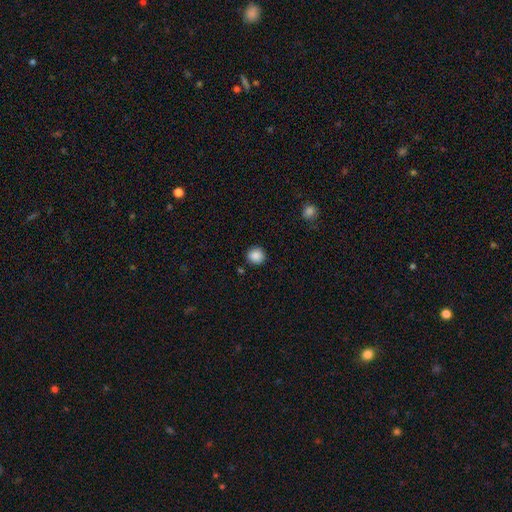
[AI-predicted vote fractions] Q: Smooth or featured?
A: smooth (88%); runner-up: star or artifact (9%)
Q: How rounded?
A: round (93%); runner-up: in between (6%)
Q: Merging?
A: none (90%); runner-up: minor disturbance (6%)